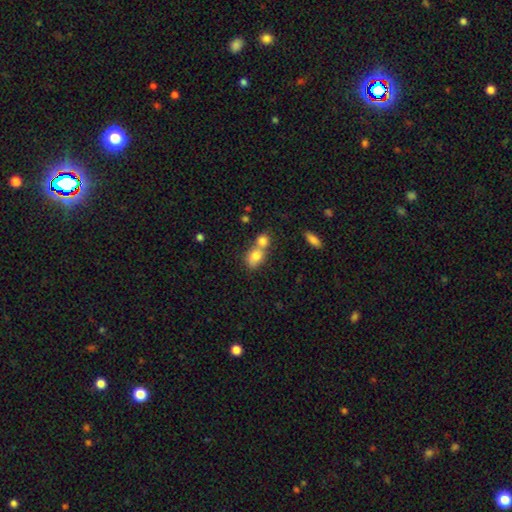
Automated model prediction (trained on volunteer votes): Q: Smooth or featured?
A: smooth (79%); runner-up: featured or disk (11%)
Q: How rounded?
A: in between (61%); runner-up: round (36%)
Q: Merging?
A: merger (57%); runner-up: none (31%)